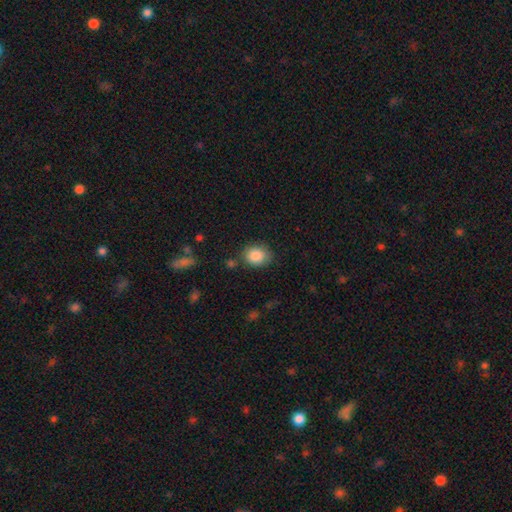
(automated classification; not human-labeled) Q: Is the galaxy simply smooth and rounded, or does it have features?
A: smooth — 87%.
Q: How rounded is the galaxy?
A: in between — 51%.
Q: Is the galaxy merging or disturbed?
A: none — 76%.